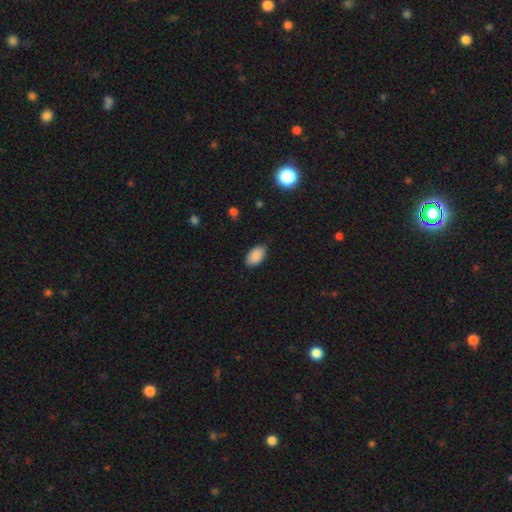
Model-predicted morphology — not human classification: Q: Smooth or featured?
A: smooth (89%); runner-up: star or artifact (7%)
Q: How rounded?
A: in between (94%); runner-up: round (5%)
Q: Merging?
A: none (81%); runner-up: minor disturbance (15%)